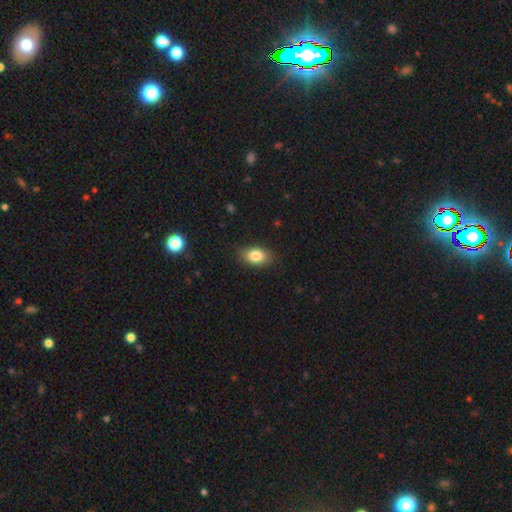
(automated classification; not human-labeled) Q: Smooth or featured?
A: smooth (83%); runner-up: featured or disk (9%)
Q: How rounded?
A: in between (86%); runner-up: round (12%)
Q: Merging?
A: none (85%); runner-up: minor disturbance (12%)